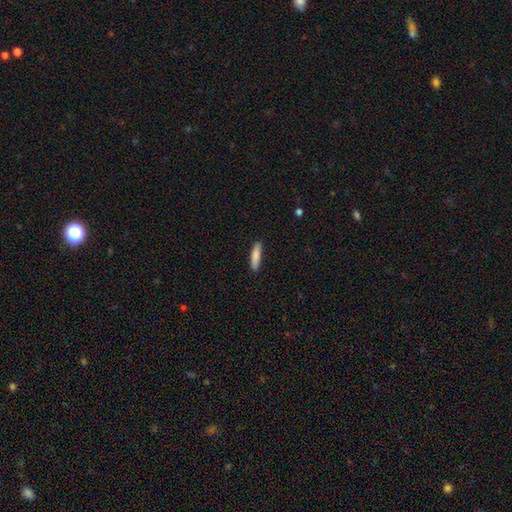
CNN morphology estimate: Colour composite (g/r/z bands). It shows a smooth galaxy with no disk features (86%) that is cigar-shaped (73%). Merging: none (86%).